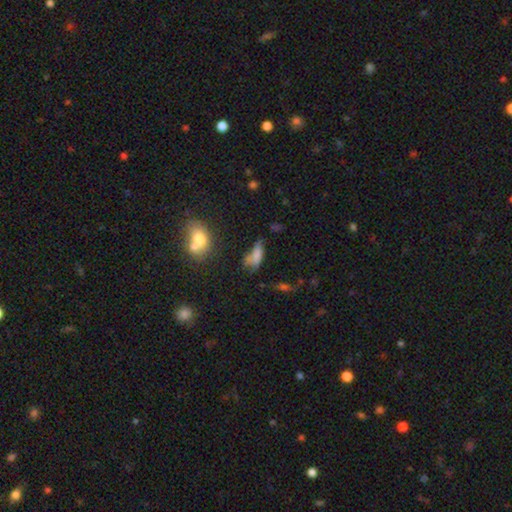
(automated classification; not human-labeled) Smooth or featured?
  - smooth: 68% *
  - featured or disk: 19%
  - star or artifact: 13%
How rounded?
  - in between: 74% *
  - cigar-shaped: 21%
  - round: 5%
Merging?
  - none: 32% *
  - minor disturbance: 27%
  - major disturbance: 22%
  - merger: 20%